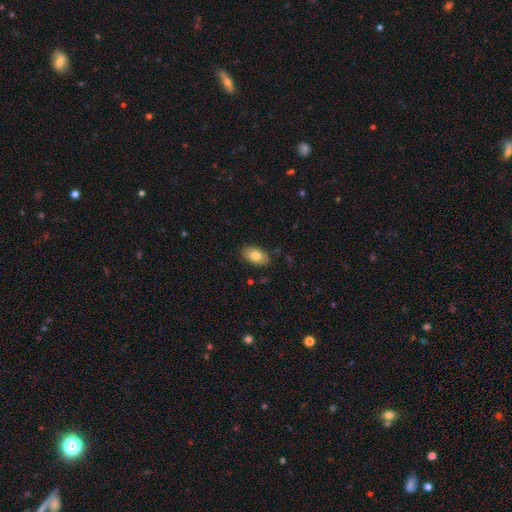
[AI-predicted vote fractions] Smooth or featured?
  - smooth: 79% *
  - featured or disk: 14%
  - star or artifact: 7%
How rounded?
  - in between: 93% *
  - round: 5%
  - cigar-shaped: 2%
Merging?
  - none: 86% *
  - minor disturbance: 11%
  - major disturbance: 2%
  - merger: 1%